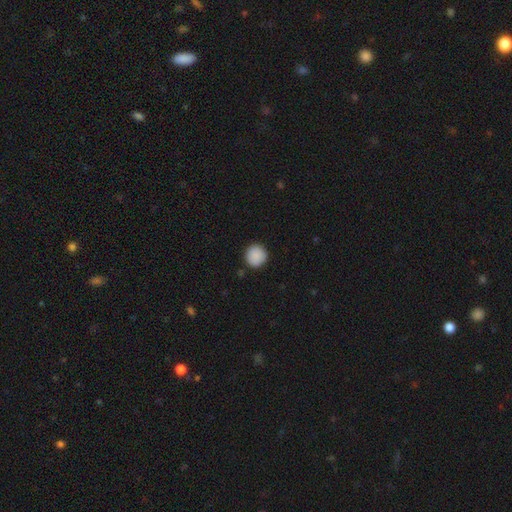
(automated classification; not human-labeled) Overall: smooth (89%). How rounded: round (93%). Merging: none (90%).